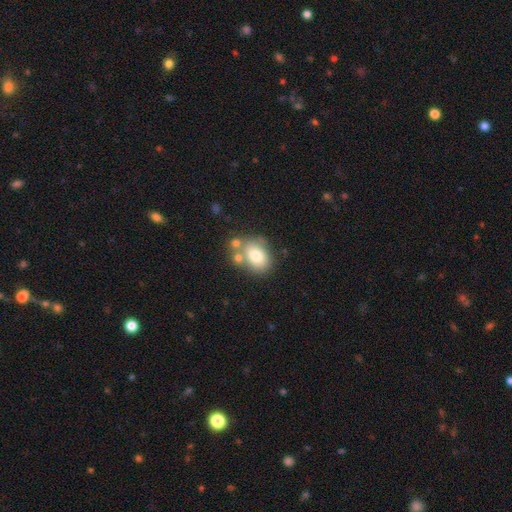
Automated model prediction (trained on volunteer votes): Q: Smooth or featured?
A: smooth (74%); runner-up: featured or disk (17%)
Q: How rounded?
A: in between (66%); runner-up: round (33%)
Q: Merging?
A: none (53%); runner-up: merger (25%)